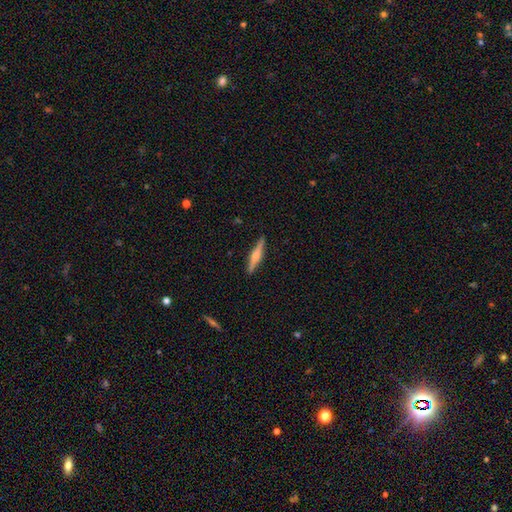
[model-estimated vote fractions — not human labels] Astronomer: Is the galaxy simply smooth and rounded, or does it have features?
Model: featured or disk — 67%.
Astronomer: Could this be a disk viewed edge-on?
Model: yes — 98%.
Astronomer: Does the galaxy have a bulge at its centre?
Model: rounded — 83%.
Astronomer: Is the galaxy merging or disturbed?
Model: none — 90%.